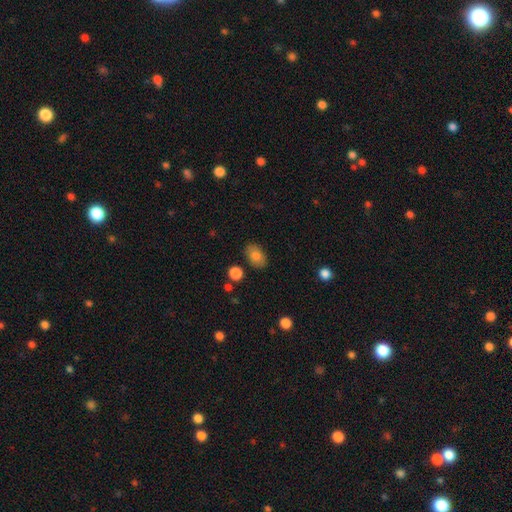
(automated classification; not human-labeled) Smooth or featured?
  - smooth: 82% *
  - featured or disk: 9%
  - star or artifact: 8%
How rounded?
  - in between: 85% *
  - round: 13%
  - cigar-shaped: 1%
Merging?
  - none: 84% *
  - minor disturbance: 11%
  - major disturbance: 3%
  - merger: 3%